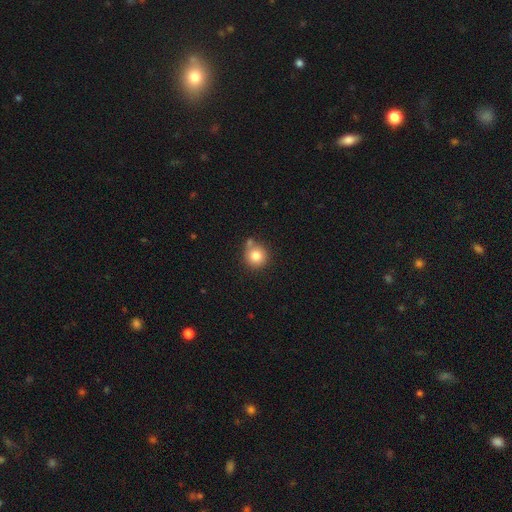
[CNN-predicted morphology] smooth 80%, star or artifact 10%, featured or disk 10%. Down the decision tree: how rounded — round (91%); merging — none (63%).